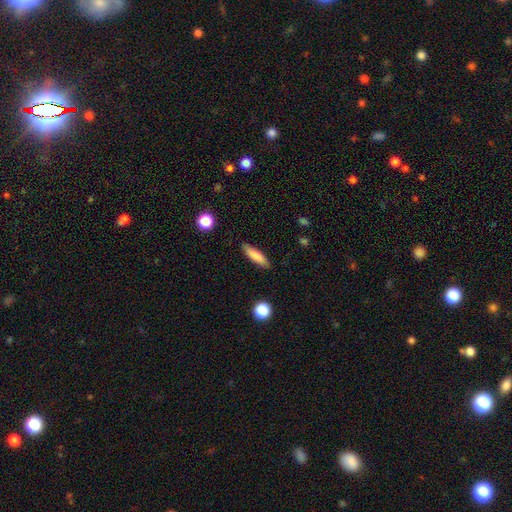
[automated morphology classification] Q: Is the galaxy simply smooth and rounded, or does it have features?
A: smooth — 80%.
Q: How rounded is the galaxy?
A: cigar-shaped — 71%.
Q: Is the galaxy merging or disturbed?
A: none — 85%.